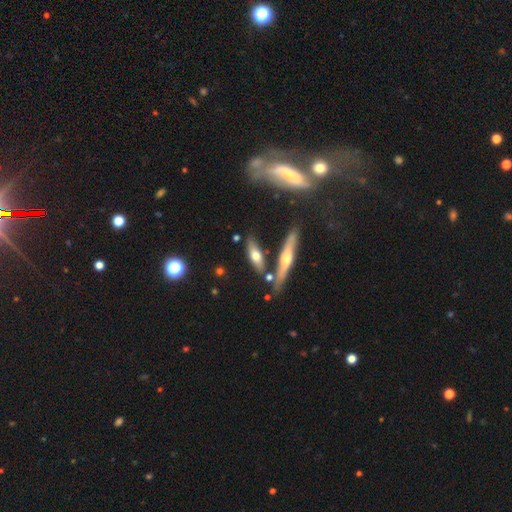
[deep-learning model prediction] smooth 56%, featured or disk 37%, star or artifact 8%. Down the decision tree: how rounded — in between (50%); merging — none (69%).